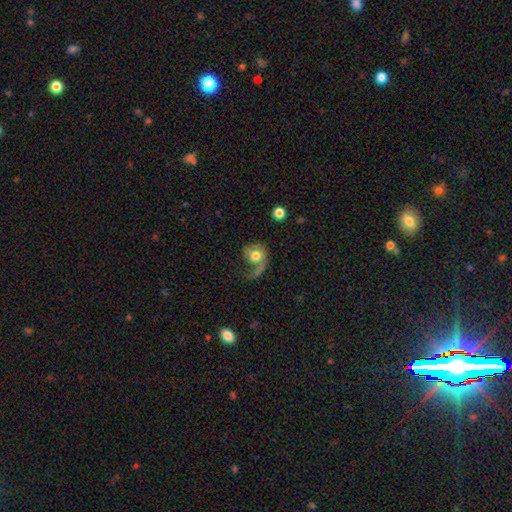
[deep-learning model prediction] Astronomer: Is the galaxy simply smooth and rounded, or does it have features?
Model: featured or disk — 54% (runner-up: smooth, 39%).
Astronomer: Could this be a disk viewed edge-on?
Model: no — 97%.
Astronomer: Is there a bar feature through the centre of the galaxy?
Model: no — 78%.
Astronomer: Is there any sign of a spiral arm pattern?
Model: yes — 81%.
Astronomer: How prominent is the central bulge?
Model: moderate — 54% (runner-up: large, 31%).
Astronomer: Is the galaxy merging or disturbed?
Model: major disturbance — 49% (runner-up: none, 30%).